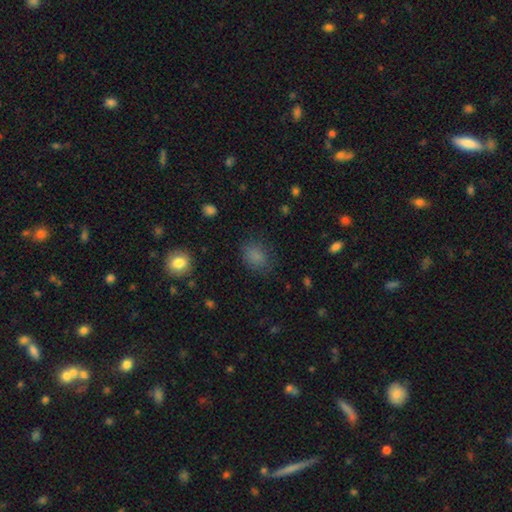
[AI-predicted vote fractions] Smooth or featured? smooth (82%)
How rounded? in between (55%)
Merging? none (78%)